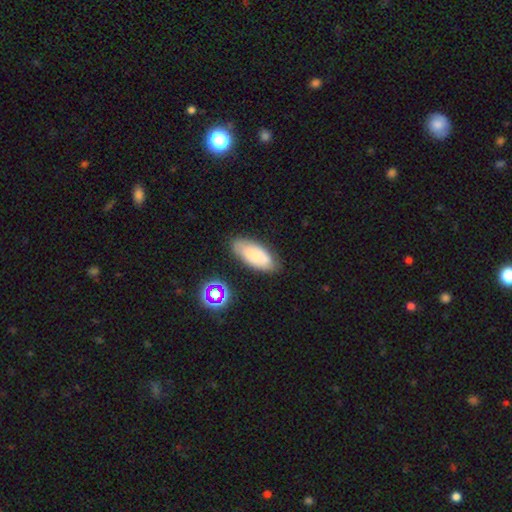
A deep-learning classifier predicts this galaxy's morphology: The model was most divided on "smooth or featured": smooth: 75%, featured or disk: 16%, star or artifact: 9%. More confident: how rounded — in between (85%); merging — none (77%).